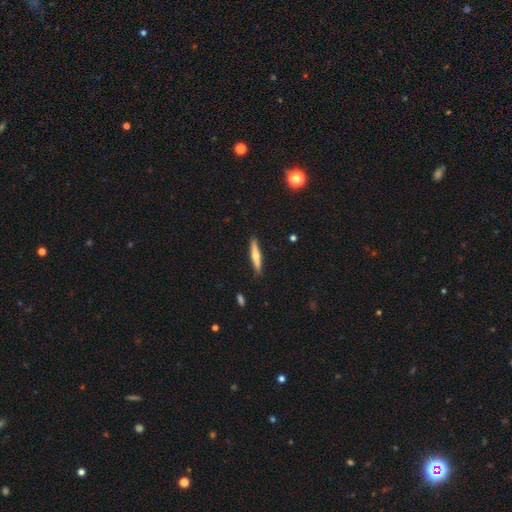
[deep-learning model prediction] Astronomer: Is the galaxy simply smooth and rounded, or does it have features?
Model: smooth — 50% (runner-up: featured or disk, 44%).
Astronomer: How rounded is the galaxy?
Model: cigar-shaped — 90%.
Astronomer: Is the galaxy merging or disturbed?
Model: none — 89%.